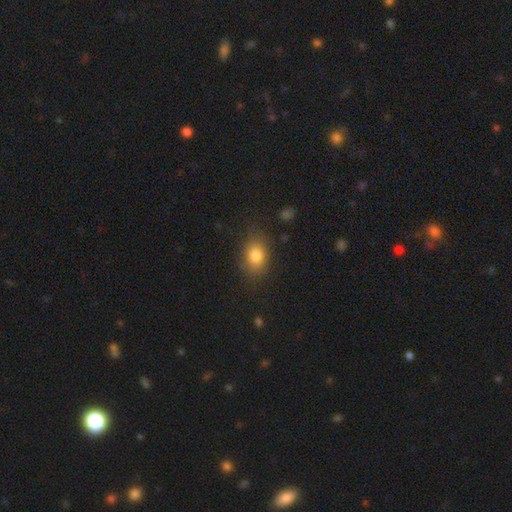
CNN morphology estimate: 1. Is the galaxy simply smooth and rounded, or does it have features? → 81% smooth, 10% star or artifact, 8% featured or disk.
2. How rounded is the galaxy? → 71% in between, 27% round, 2% cigar-shaped.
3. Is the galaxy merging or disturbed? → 79% none, 14% minor disturbance, 5% major disturbance, 2% merger.